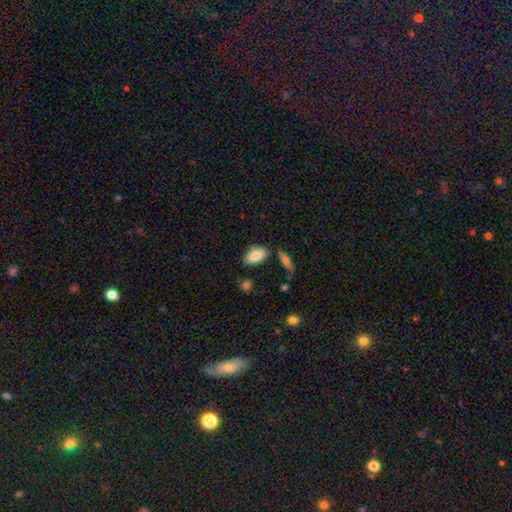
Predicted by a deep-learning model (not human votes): The model was most divided on "merging": none: 75%, minor disturbance: 16%, merger: 6%, major disturbance: 4%. More confident: how rounded — in between (93%); smooth or featured — smooth (86%).